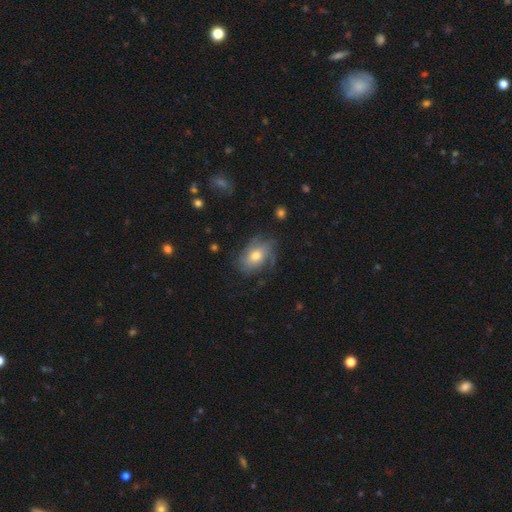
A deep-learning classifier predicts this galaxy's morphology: featured or disk 60%, smooth 32%, star or artifact 9%. Down the decision tree: edge-on disk — no (95%); bar — no (75%); spiral arms — yes (83%); bulge size — moderate (68%); merging — none (65%).